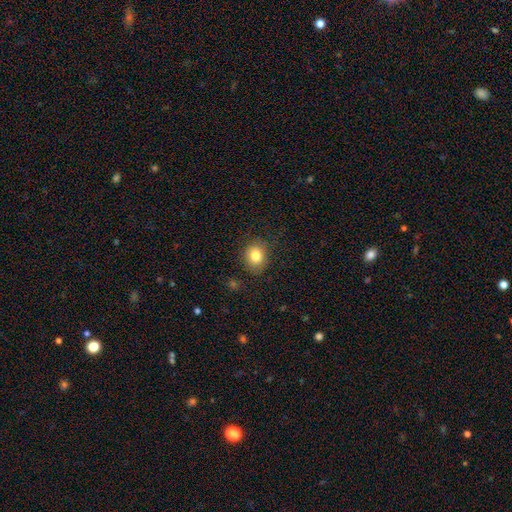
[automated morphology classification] Smooth or featured?
  - smooth: 82% *
  - star or artifact: 10%
  - featured or disk: 8%
How rounded?
  - round: 62% *
  - in between: 37%
  - cigar-shaped: 1%
Merging?
  - none: 80% *
  - minor disturbance: 14%
  - major disturbance: 4%
  - merger: 2%